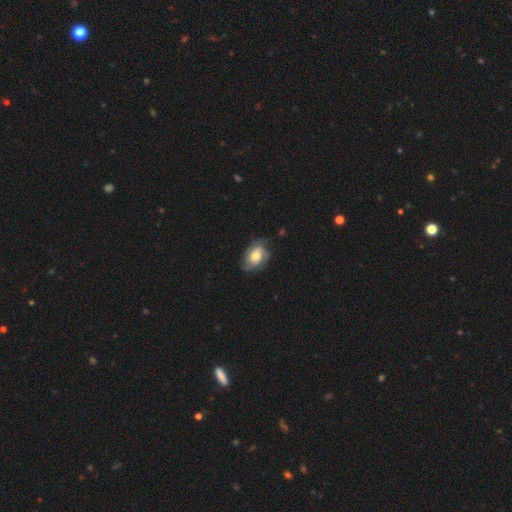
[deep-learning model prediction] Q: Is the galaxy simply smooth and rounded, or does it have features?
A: featured or disk — 52%.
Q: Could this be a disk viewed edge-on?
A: no — 96%.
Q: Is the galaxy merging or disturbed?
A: none — 66%.